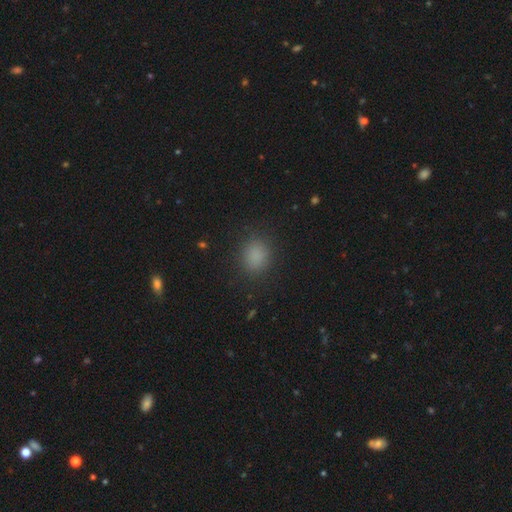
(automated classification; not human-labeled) smooth-or-featured: smooth: 83% | star or artifact: 13% | featured or disk: 4%
  how-rounded: round: 64% | in between: 34% | cigar-shaped: 1%
  merging: none: 86% | minor disturbance: 9% | major disturbance: 3% | merger: 1%